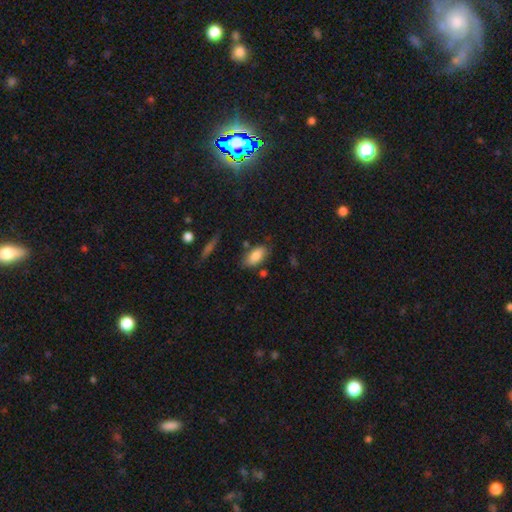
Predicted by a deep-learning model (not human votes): The model was most divided on "merging": none: 74%, minor disturbance: 17%, merger: 5%, major disturbance: 4%. More confident: how rounded — in between (91%); smooth or featured — smooth (83%).